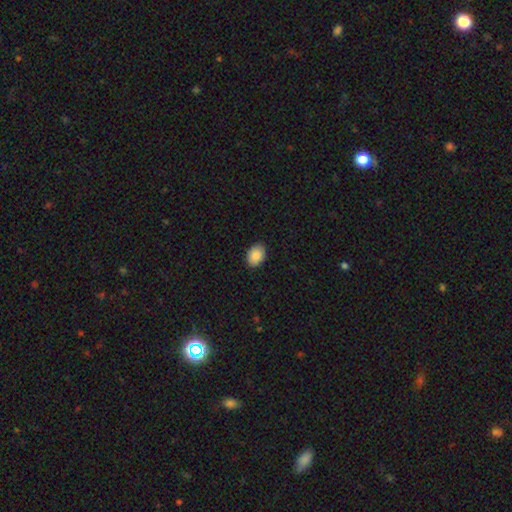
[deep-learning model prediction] Smooth or featured? Predicted: smooth (p=0.88). How rounded? Predicted: in between (p=0.74). Merging? Predicted: none (p=0.88).